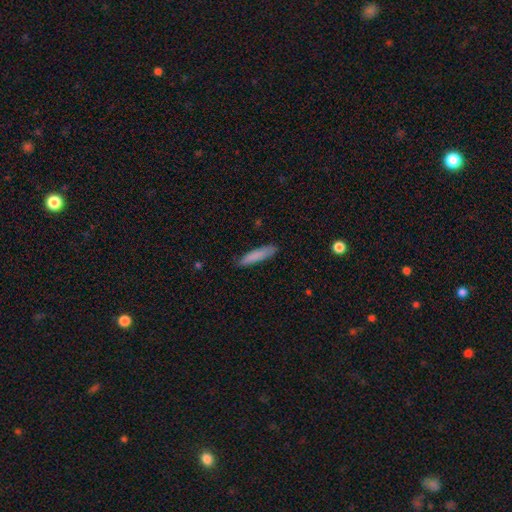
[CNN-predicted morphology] Q: Smooth or featured?
A: smooth (83%); runner-up: featured or disk (11%)
Q: How rounded?
A: cigar-shaped (85%); runner-up: in between (13%)
Q: Merging?
A: none (82%); runner-up: minor disturbance (14%)